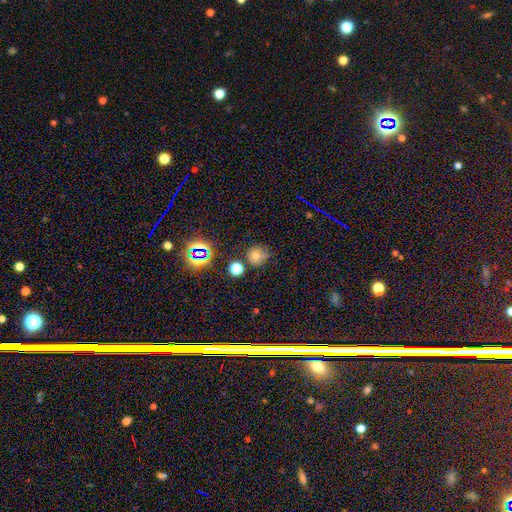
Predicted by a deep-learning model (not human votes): Smooth or featured? smooth (63%)
How rounded? round (82%)
Merging? none (62%)